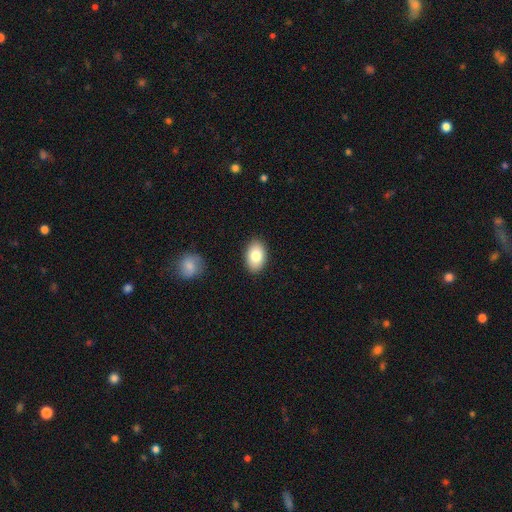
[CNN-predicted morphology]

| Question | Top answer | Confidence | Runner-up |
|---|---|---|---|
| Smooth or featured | smooth | 82% | featured or disk (11%) |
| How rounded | in between | 91% | round (8%) |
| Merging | none | 89% | minor disturbance (8%) |